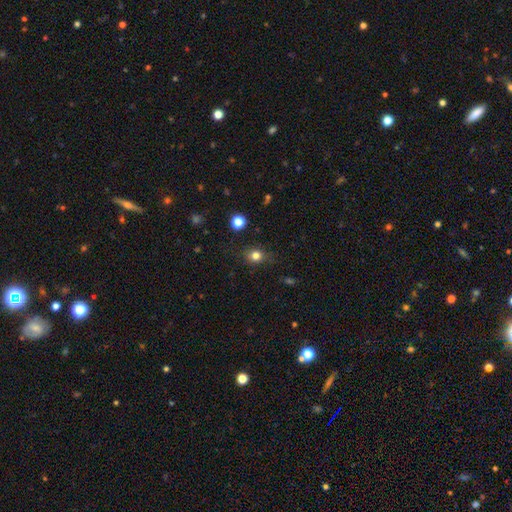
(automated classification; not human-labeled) Smooth or featured? smooth (79%)
How rounded? round (65%)
Merging? none (80%)